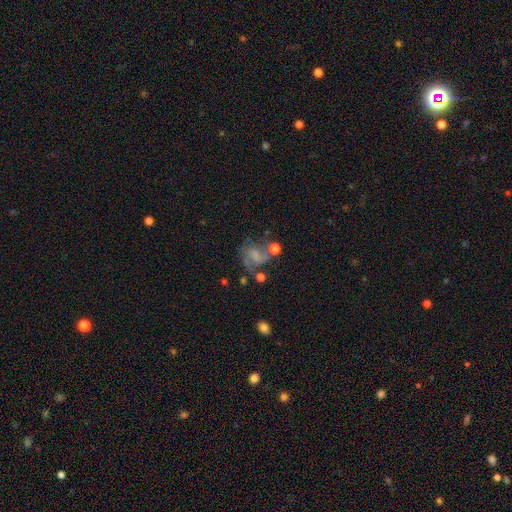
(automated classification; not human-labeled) Smooth or featured? featured or disk (63%)
Edge-on disk? no (98%)
Bar? no (51%)
Spiral arms? yes (85%)
Spiral winding? medium (47%)
Spiral arm count? 2 (62%)
Bulge size? none (43%)
Merging? none (39%)